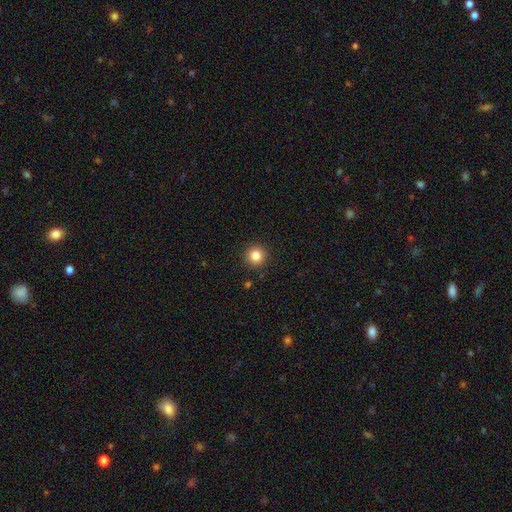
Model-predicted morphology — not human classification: Smooth or featured? Predicted: smooth (p=0.83). How rounded? Predicted: round (p=0.95). Merging? Predicted: none (p=0.92).